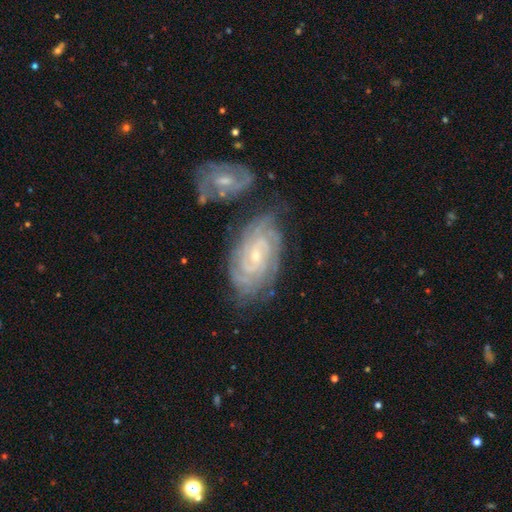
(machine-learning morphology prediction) A featured or disk galaxy (87%) with no bar (54%), tight (79%) spiral arms (97%) and a small central bulge (74%).

Vote fractions:
- Smooth or featured? featured or disk: 87% / smooth: 7% / star or artifact: 6%
- Edge-on disk? no: 96% / yes: 4%
- Bar? no: 54% / weak: 36% / strong: 10%
- Spiral arms? yes: 97% / no: 3%
- Spiral winding? tight: 79% / medium: 18% / loose: 3%
- Spiral arm count? can't tell: 30% / 2: 20% / 3: 19% / 4: 18% / more than 4: 7% / 1: 6%
- Bulge size? small: 74% / moderate: 22% / none: 2% / large: 1% / dominant: 1%
- Merging? none: 60% / merger: 17% / minor disturbance: 17% / major disturbance: 6%